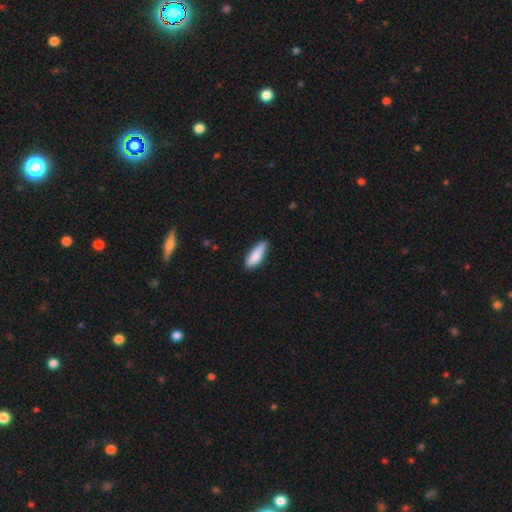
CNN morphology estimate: smooth-or-featured: smooth: 85% | featured or disk: 9% | star or artifact: 6%
  how-rounded: cigar-shaped: 52% | in between: 46% | round: 2%
  merging: none: 77% | minor disturbance: 19% | major disturbance: 3% | merger: 2%